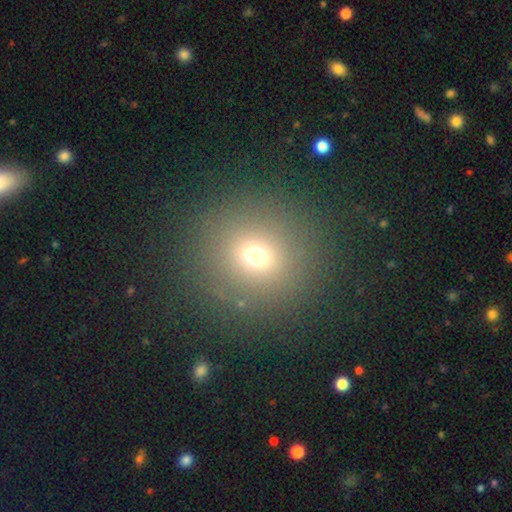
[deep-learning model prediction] This appears to be a smooth galaxy with no disk features (68%) that is round (89%). Merging: none (86%).